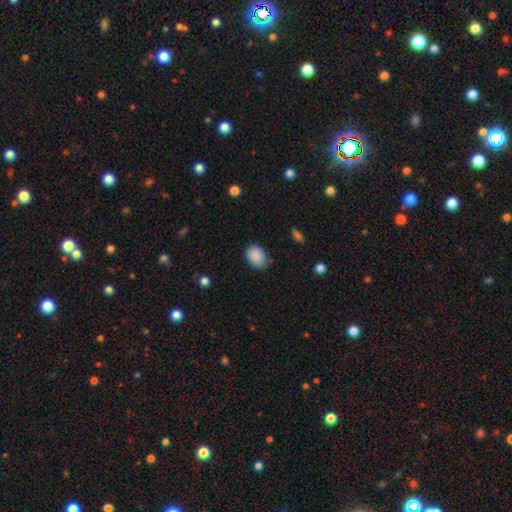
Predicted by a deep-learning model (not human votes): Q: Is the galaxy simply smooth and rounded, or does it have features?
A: smooth — 89%.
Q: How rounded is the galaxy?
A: in between — 75%.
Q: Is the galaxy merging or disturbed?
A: none — 72%.